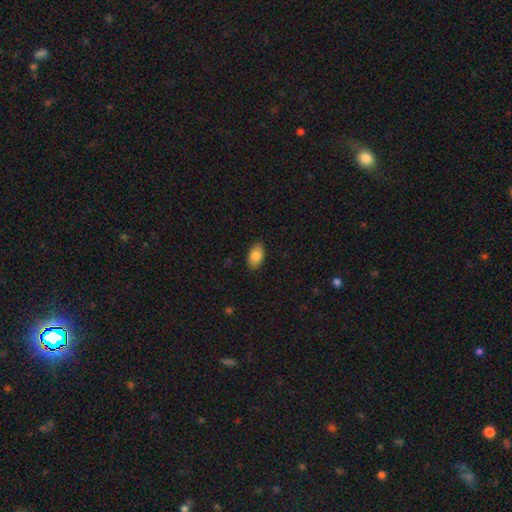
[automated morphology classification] type=smooth (85%); roundness=in between (93%); merging=none (87%).